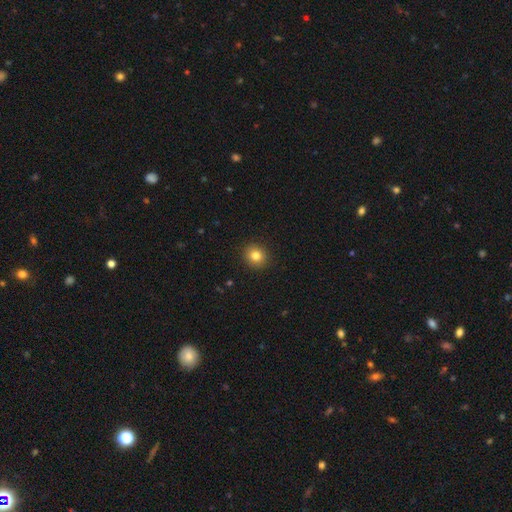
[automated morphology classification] Smooth or featured? Predicted: smooth (p=0.82). How rounded? Predicted: round (p=0.84). Merging? Predicted: none (p=0.91).